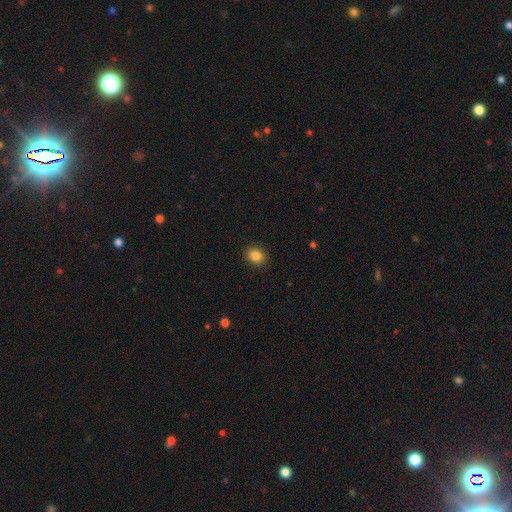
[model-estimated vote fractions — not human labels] smooth-or-featured: smooth: 85% | star or artifact: 10% | featured or disk: 5%
  how-rounded: round: 56% | in between: 43% | cigar-shaped: 1%
  merging: none: 90% | minor disturbance: 7% | major disturbance: 2% | merger: 1%